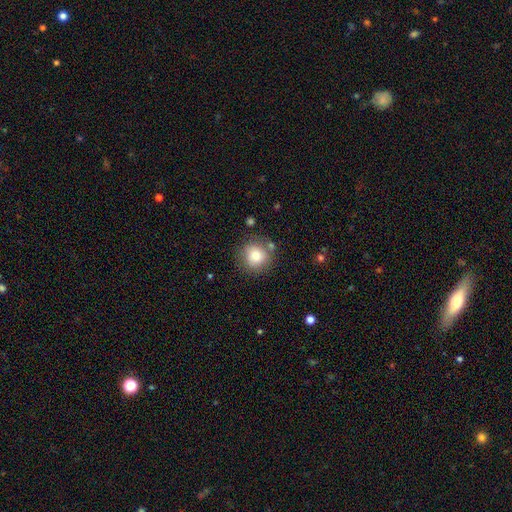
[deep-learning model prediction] A smooth galaxy with no disk features (83%) that is round (90%). Merging: none (77%).